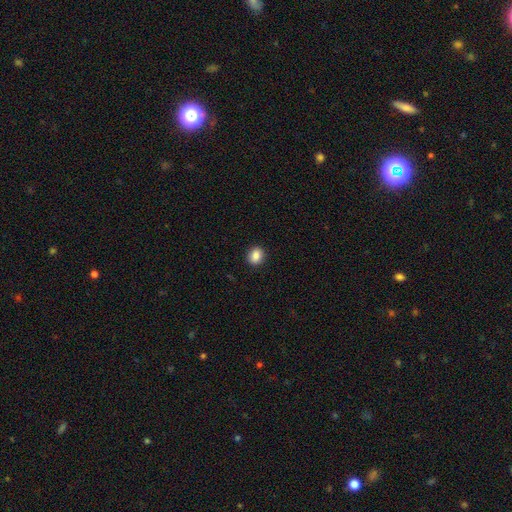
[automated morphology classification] Smooth or featured? smooth (87%)
How rounded? round (63%)
Merging? none (91%)